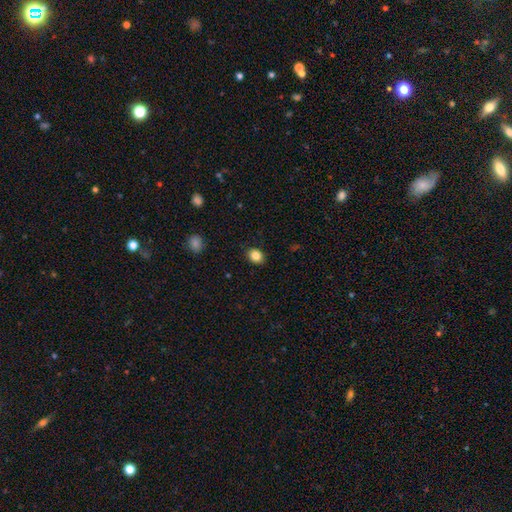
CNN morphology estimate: The model was most divided on "how rounded": round: 50%, in between: 49%, cigar-shaped: 1%. More confident: merging — none (88%); smooth or featured — smooth (85%).